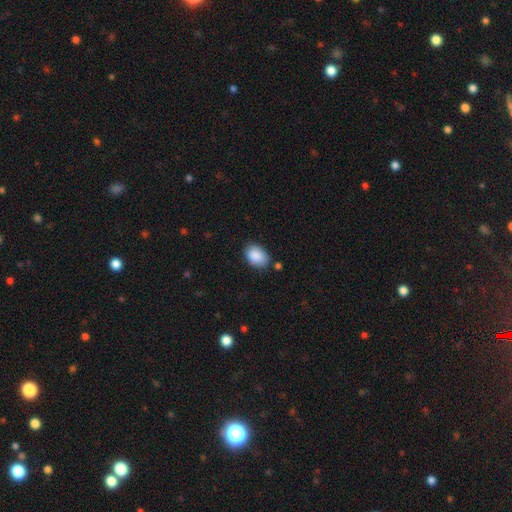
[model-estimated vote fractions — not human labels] Overall: smooth (89%). How rounded: in between (85%). Merging: none (78%).